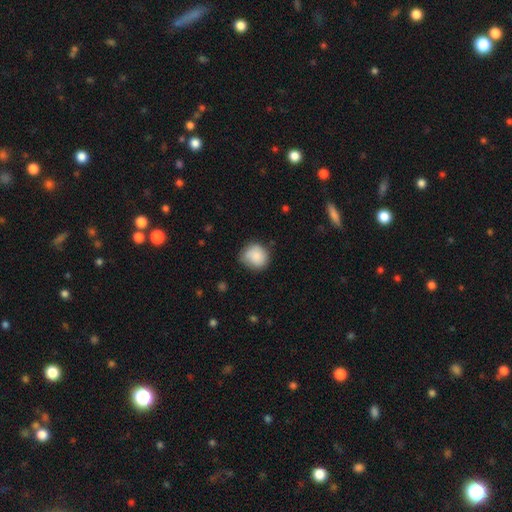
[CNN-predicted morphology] Smooth or featured: smooth — 85% (featured or disk — 8%)
How rounded: round — 85% (in between — 14%)
Merging: none — 72% (minor disturbance — 22%)